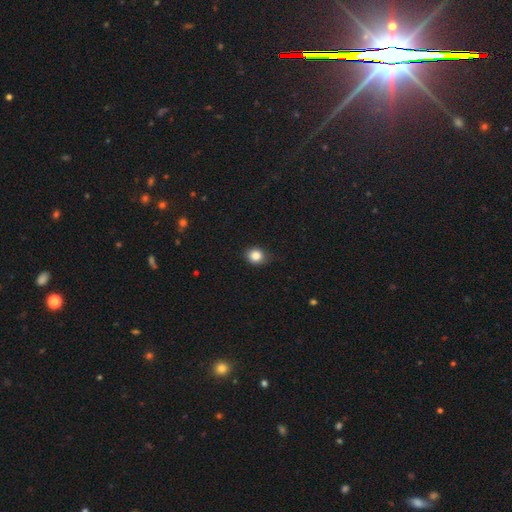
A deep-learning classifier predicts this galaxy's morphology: Smooth or featured? Predicted: smooth (p=0.85). How rounded? Predicted: round (p=0.74). Merging? Predicted: none (p=0.79).